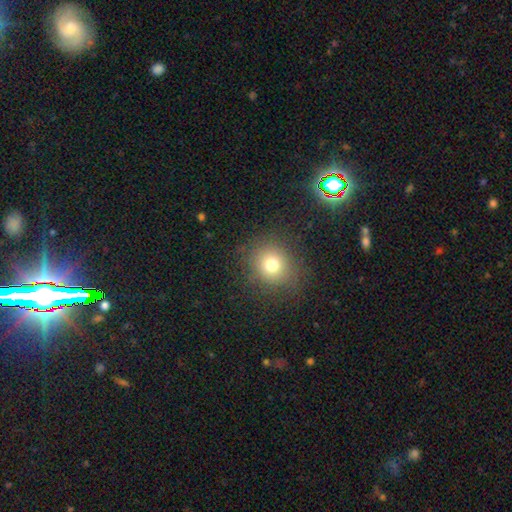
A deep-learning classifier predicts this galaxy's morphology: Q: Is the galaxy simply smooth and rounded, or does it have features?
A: smooth — 58%.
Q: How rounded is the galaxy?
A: round — 89%.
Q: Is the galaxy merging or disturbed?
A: none — 89%.